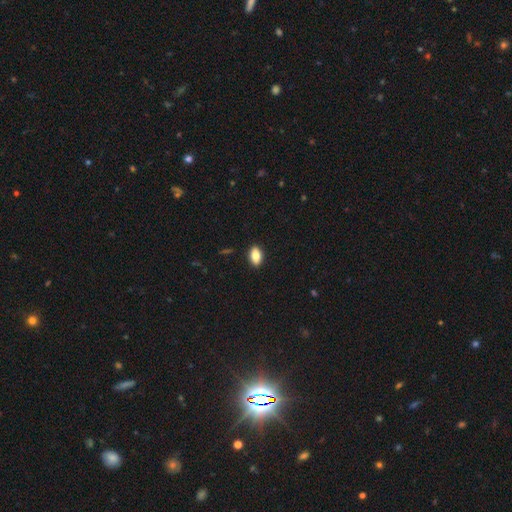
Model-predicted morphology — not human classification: This is clearly a smooth galaxy (82%). How rounded: clearly in between (88%). Merging: clearly none (90%).